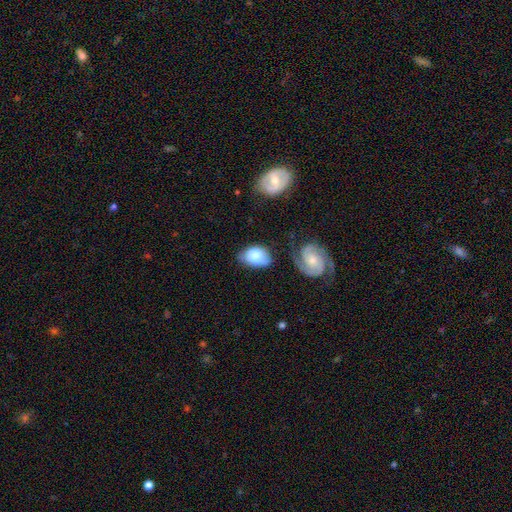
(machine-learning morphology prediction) A smooth galaxy with no disk features (69%) that is in between round and cigar-shaped (79%).

Vote fractions:
- Smooth or featured? smooth: 69% / featured or disk: 25% / star or artifact: 6%
- How rounded? in between: 79% / round: 19% / cigar-shaped: 1%
- Merging? none: 48% / minor disturbance: 30% / major disturbance: 11% / merger: 10%